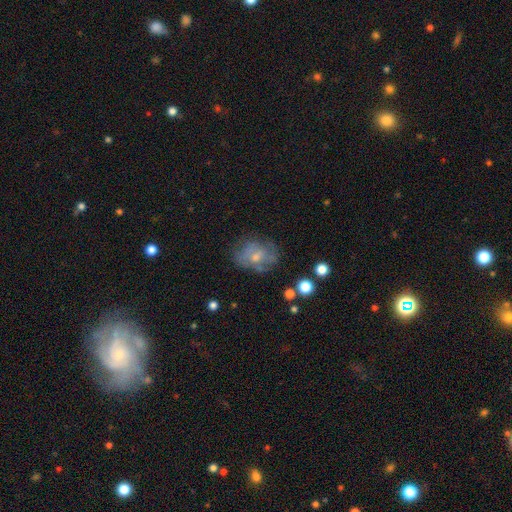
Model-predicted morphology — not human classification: featured or disk 47%, smooth 43%, star or artifact 10%. Down the decision tree: merging — none (53%).